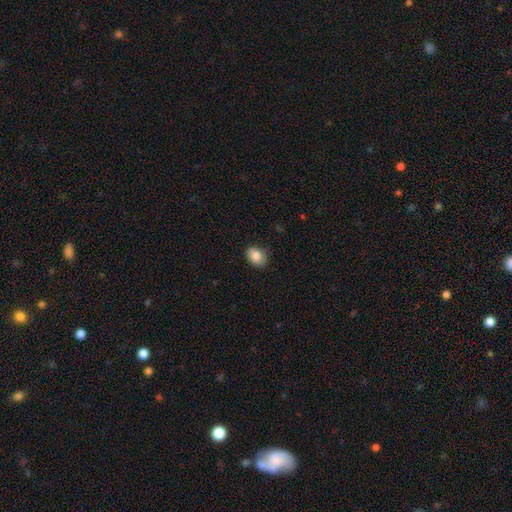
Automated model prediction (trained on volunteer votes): smooth-or-featured: smooth: 82% | featured or disk: 10% | star or artifact: 8%
  how-rounded: in between: 70% | round: 29% | cigar-shaped: 1%
  merging: none: 77% | minor disturbance: 18% | major disturbance: 3% | merger: 1%